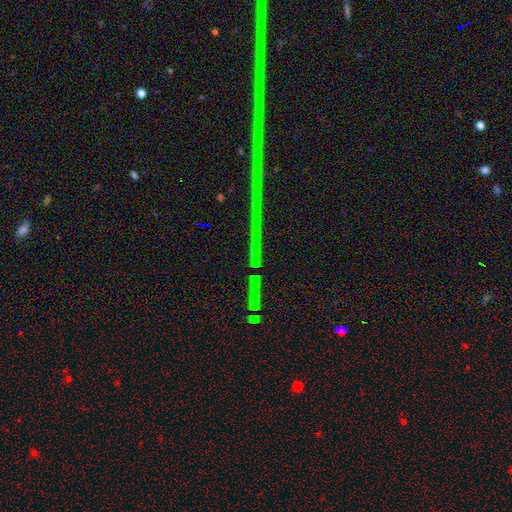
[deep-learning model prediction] Morphology: type=star or artifact (82%).